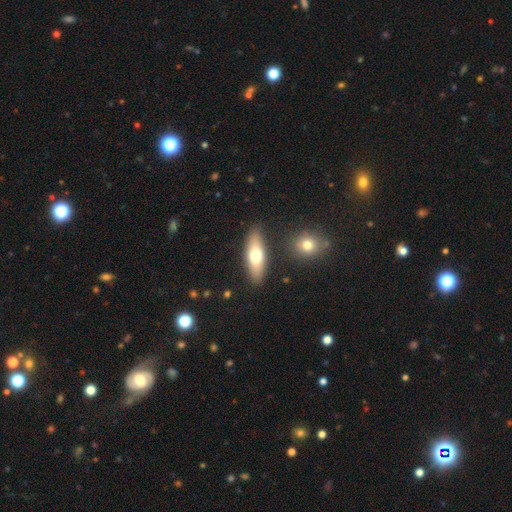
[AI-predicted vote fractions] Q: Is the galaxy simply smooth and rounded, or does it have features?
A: smooth — 64%.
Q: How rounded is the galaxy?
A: in between — 62%.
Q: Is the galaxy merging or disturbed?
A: none — 84%.